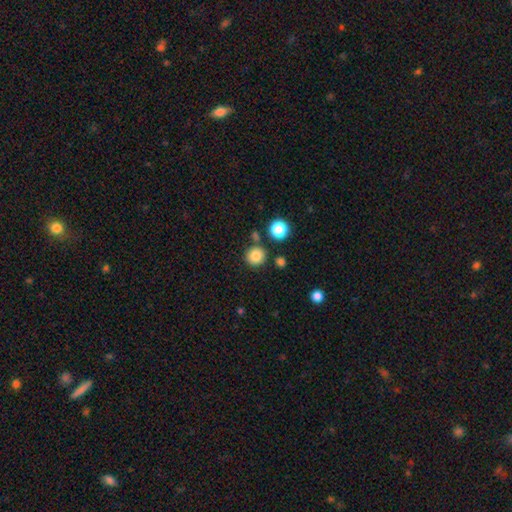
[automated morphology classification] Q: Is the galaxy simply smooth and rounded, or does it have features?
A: smooth — 84%.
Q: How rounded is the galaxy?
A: round — 91%.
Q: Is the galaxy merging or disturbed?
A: none — 81%.